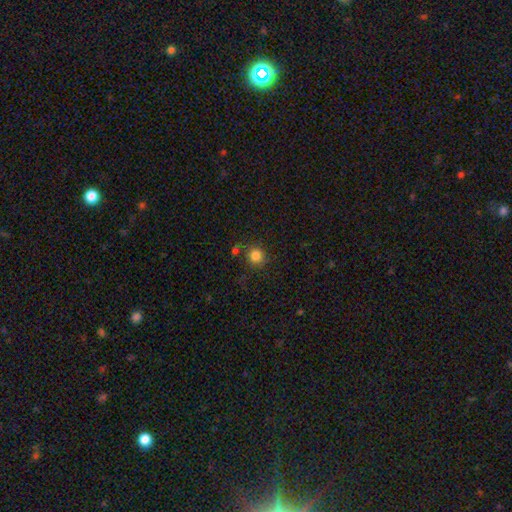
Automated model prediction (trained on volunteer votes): A smooth galaxy with no disk features (84%) that is round (89%).

Vote fractions:
- Smooth or featured? smooth: 84% / star or artifact: 11% / featured or disk: 5%
- How rounded? round: 89% / in between: 10% / cigar-shaped: 1%
- Merging? none: 77% / minor disturbance: 12% / merger: 7% / major disturbance: 4%